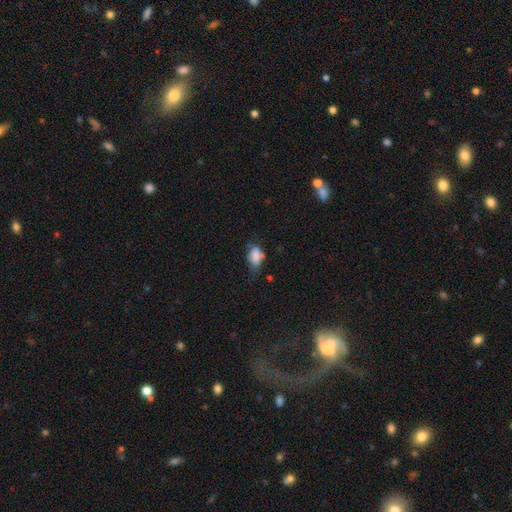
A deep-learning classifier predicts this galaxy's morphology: Smooth or featured? Predicted: smooth (p=0.76). How rounded? Predicted: in between (p=0.85). Merging? Predicted: minor disturbance (p=0.40).